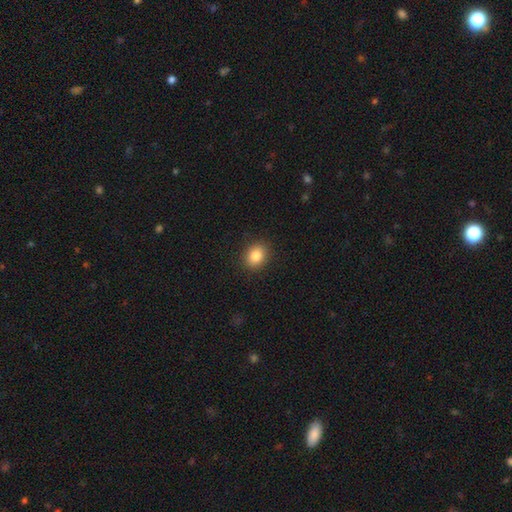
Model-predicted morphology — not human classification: smooth-or-featured: smooth: 84% | star or artifact: 10% | featured or disk: 7%
  how-rounded: round: 57% | in between: 42% | cigar-shaped: 1%
  merging: none: 90% | minor disturbance: 7% | major disturbance: 2% | merger: 1%